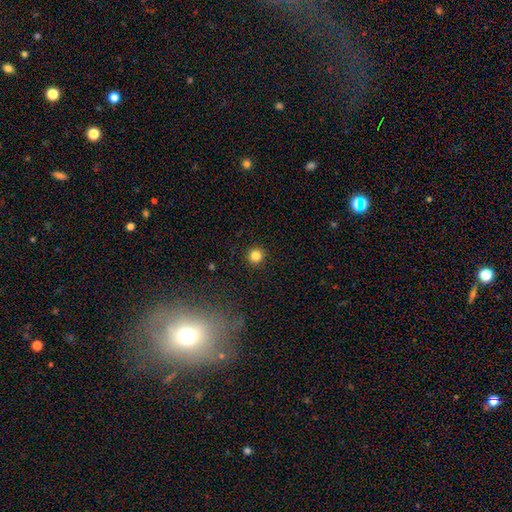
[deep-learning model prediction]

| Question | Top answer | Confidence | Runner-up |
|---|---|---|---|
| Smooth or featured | smooth | 83% | star or artifact (12%) |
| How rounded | round | 95% | in between (4%) |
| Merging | none | 92% | minor disturbance (5%) |